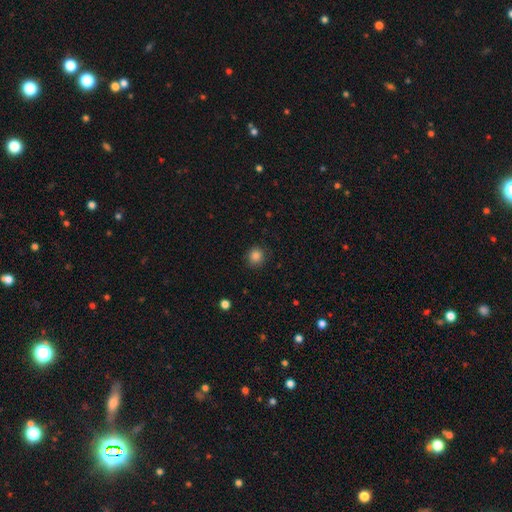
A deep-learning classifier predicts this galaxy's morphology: Smooth or featured?
  - smooth: 85% *
  - star or artifact: 11%
  - featured or disk: 4%
How rounded?
  - round: 89% *
  - in between: 10%
  - cigar-shaped: 1%
Merging?
  - none: 87% *
  - minor disturbance: 10%
  - major disturbance: 3%
  - merger: 1%